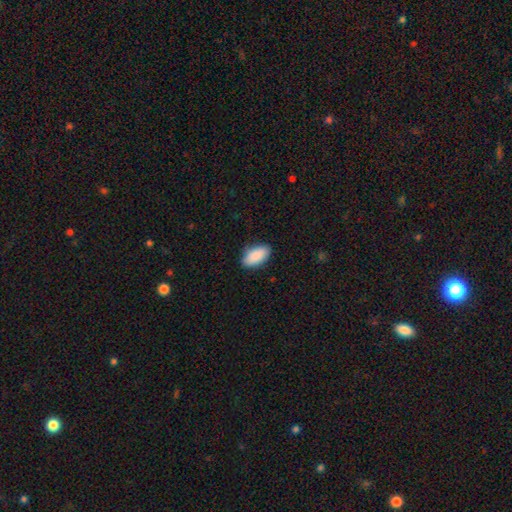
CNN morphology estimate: This is clearly a smooth galaxy (90%). How rounded: clearly in between (95%). Merging: clearly none (85%).